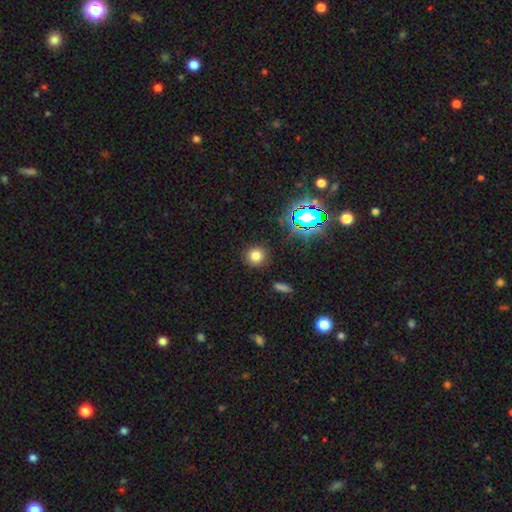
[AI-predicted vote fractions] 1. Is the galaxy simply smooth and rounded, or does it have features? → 76% smooth, 18% star or artifact, 6% featured or disk.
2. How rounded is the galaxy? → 92% round, 7% in between, 1% cigar-shaped.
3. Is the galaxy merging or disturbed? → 89% none, 6% minor disturbance, 3% major disturbance, 2% merger.